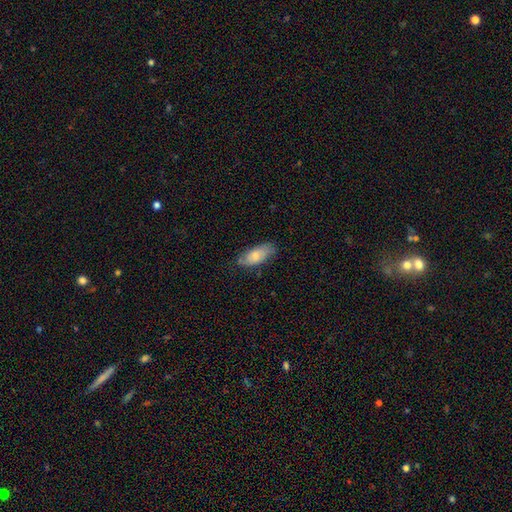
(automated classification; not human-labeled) Smooth or featured?
  - smooth: 72% *
  - featured or disk: 22%
  - star or artifact: 6%
How rounded?
  - in between: 87% *
  - cigar-shaped: 11%
  - round: 2%
Merging?
  - none: 71% *
  - minor disturbance: 24%
  - major disturbance: 4%
  - merger: 1%